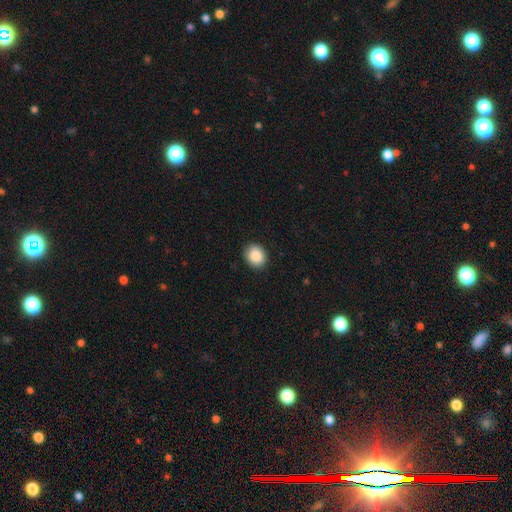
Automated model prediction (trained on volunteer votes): Smooth or featured? smooth (88%)
How rounded? round (54%)
Merging? none (90%)